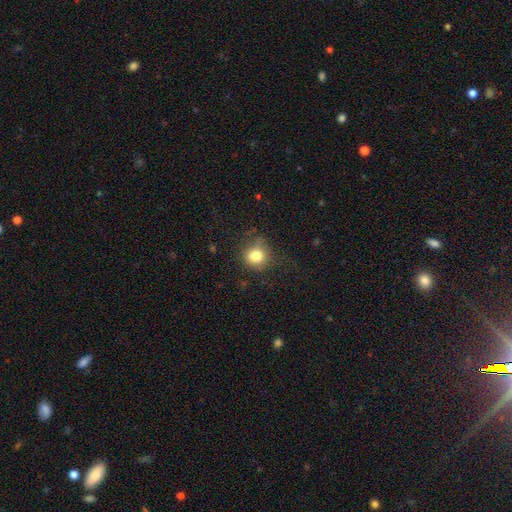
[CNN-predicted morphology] Smooth or featured: smooth — 81% (star or artifact — 12%)
How rounded: round — 86% (in between — 13%)
Merging: none — 75% (minor disturbance — 17%)